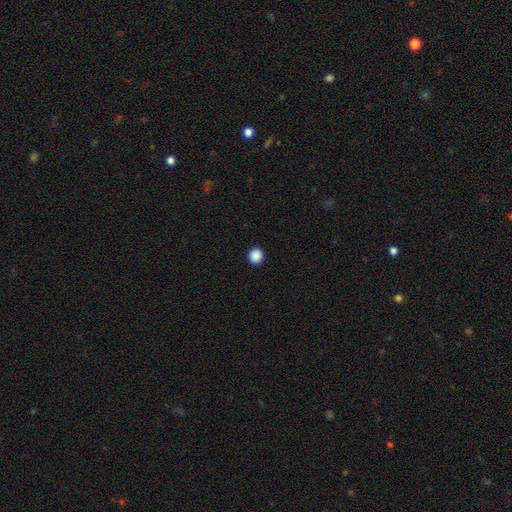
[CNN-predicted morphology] smooth 89%, star or artifact 9%, featured or disk 2%. Down the decision tree: how rounded — round (88%); merging — none (93%).